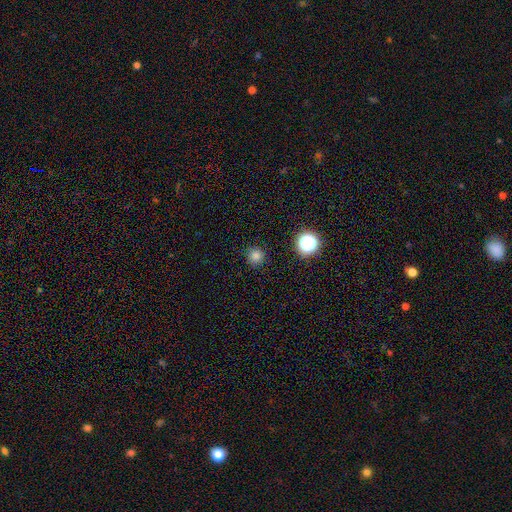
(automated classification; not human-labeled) Morphology: type=smooth (79%); roundness=round (95%); merging=none (91%).